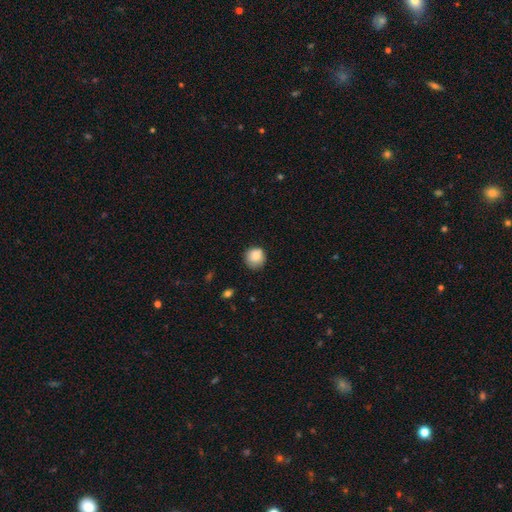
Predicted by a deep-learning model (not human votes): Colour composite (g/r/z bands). It shows a smooth galaxy with no disk features (85%) that is round (89%). Merging: none (74%).